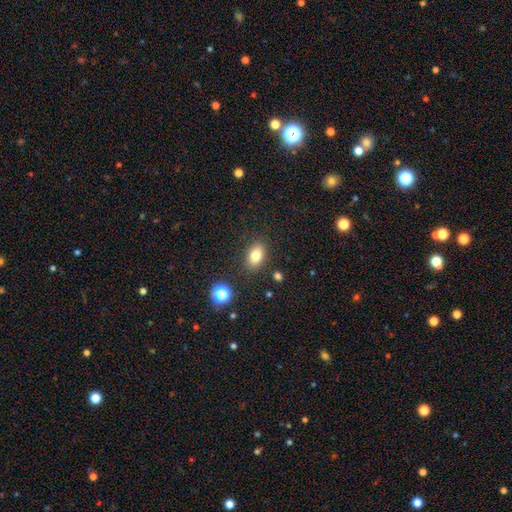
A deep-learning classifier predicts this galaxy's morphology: Q: Smooth or featured?
A: smooth (80%); runner-up: star or artifact (11%)
Q: How rounded?
A: in between (81%); runner-up: round (17%)
Q: Merging?
A: none (85%); runner-up: minor disturbance (9%)